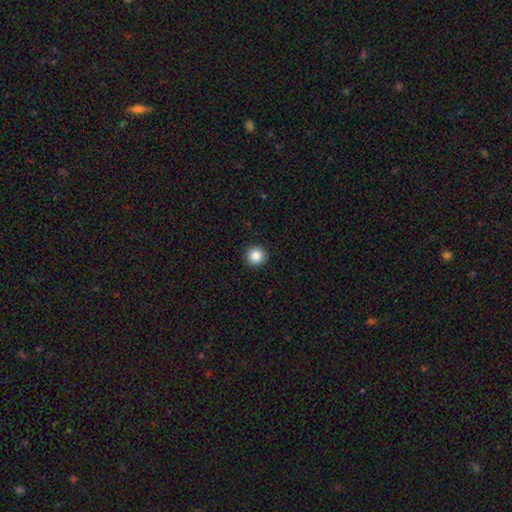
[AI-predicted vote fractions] This appears to be a smooth galaxy with no disk features (87%) that is round (94%). Merging: none (93%).